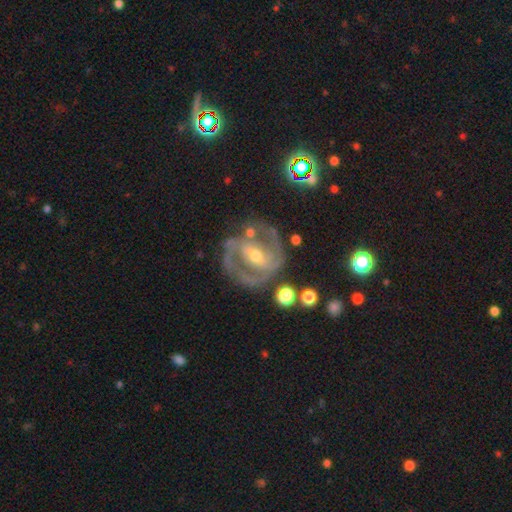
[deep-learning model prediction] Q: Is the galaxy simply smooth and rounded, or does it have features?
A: featured or disk — 86%.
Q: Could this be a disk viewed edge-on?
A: no — 97%.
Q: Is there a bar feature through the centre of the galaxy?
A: strong — 40%, tied with weak.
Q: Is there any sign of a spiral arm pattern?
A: yes — 87%.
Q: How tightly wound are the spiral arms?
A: medium — 47%.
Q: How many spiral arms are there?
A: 2 — 68%.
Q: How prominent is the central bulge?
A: moderate — 57%.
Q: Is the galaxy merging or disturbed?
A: none — 68%.